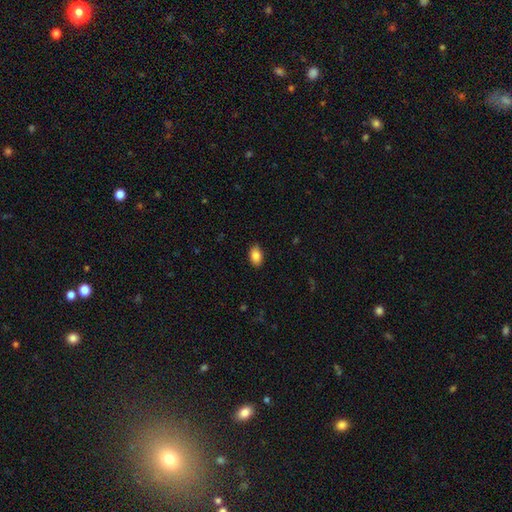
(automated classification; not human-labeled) Smooth or featured? Predicted: smooth (p=0.86). How rounded? Predicted: in between (p=0.89). Merging? Predicted: none (p=0.87).